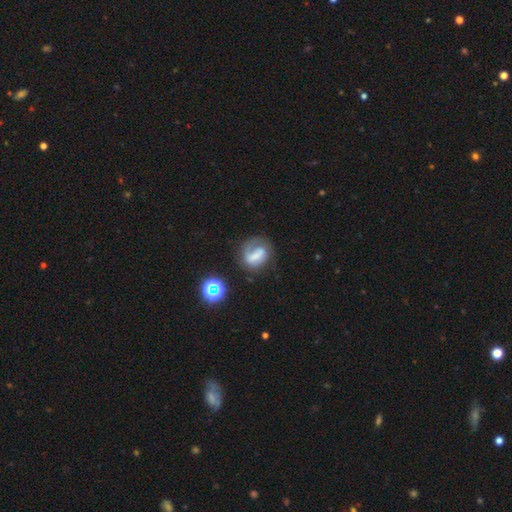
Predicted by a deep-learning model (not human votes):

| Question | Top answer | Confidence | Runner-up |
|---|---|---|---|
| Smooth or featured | featured or disk | 52% | smooth (36%) |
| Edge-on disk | no | 96% | yes (4%) |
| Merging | none | 51% | major disturbance (23%) |